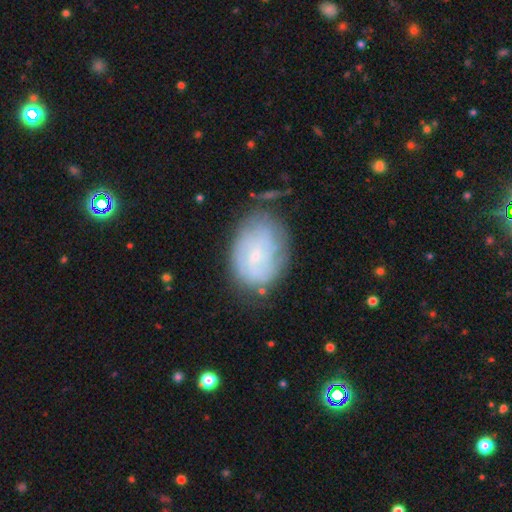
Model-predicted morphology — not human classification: A featured or disk galaxy (53%) with no bar (68%), spiral arms (69%) and a small central bulge (80%).

Vote fractions:
- Smooth or featured? featured or disk: 53% / smooth: 39% / star or artifact: 8%
- Edge-on disk? no: 96% / yes: 4%
- Bar? no: 68% / weak: 28% / strong: 4%
- Spiral arms? yes: 69% / no: 31%
- Bulge size? small: 80% / moderate: 13% / none: 5% / large: 1% / dominant: 1%
- Merging? none: 60% / minor disturbance: 26% / major disturbance: 10% / merger: 3%